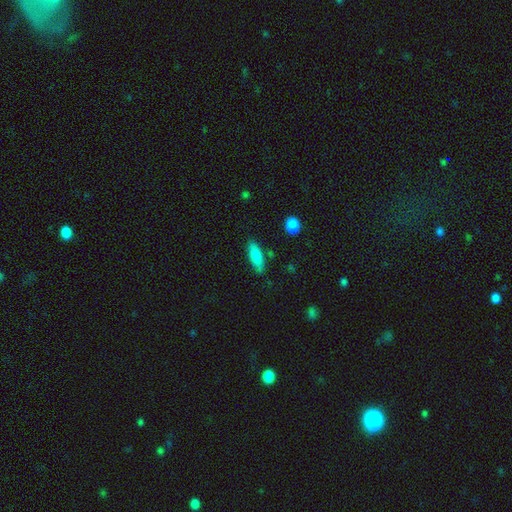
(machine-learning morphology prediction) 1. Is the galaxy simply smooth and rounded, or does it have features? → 74% smooth, 20% featured or disk, 6% star or artifact.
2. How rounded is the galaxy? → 53% in between, 45% cigar-shaped, 2% round.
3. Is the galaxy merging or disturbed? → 81% none, 13% minor disturbance, 3% merger, 3% major disturbance.